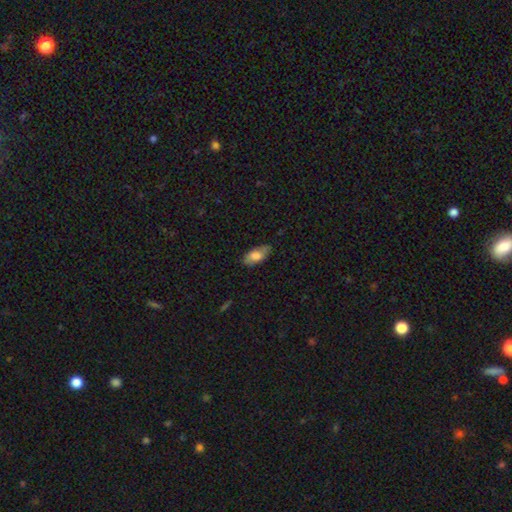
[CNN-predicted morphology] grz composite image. It shows a smooth galaxy with no disk features (70%) that is in between round and cigar-shaped (87%). Merging: none (74%).